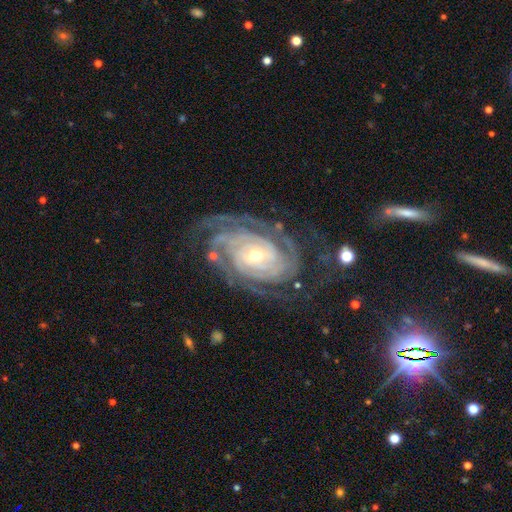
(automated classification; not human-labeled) Morphology: type=featured or disk (92%); edge-on=no (97%); bar=no (50%); spiral arms=yes (98%); winding=tight (78%); arm count=3 (22%); bulge=moderate (49%); merging=none (70%).